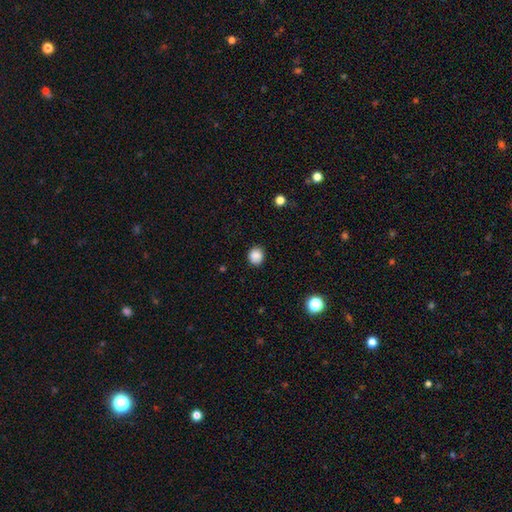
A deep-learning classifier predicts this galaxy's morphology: Overall: smooth (86%). How rounded: round (79%). Merging: none (86%).